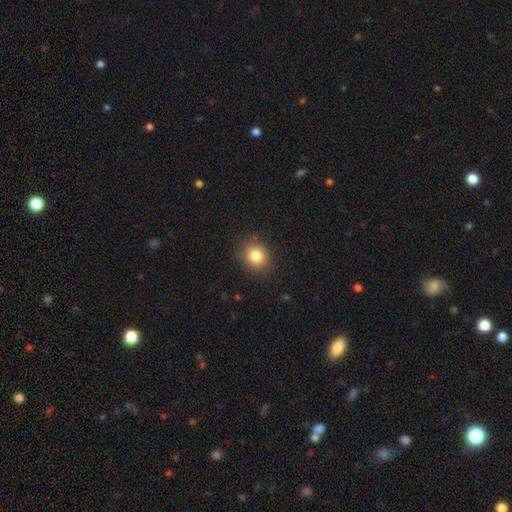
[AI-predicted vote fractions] smooth-or-featured: smooth: 83% | star or artifact: 11% | featured or disk: 6%
  how-rounded: round: 77% | in between: 22% | cigar-shaped: 1%
  merging: none: 88% | minor disturbance: 9% | major disturbance: 3% | merger: 1%